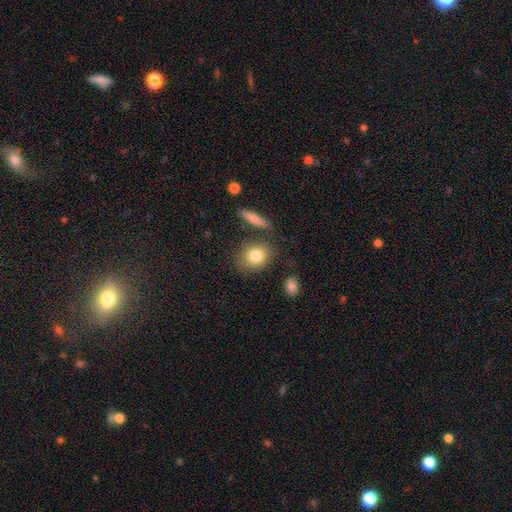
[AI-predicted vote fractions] Smooth or featured? Predicted: smooth (p=0.82). How rounded? Predicted: round (p=0.54). Merging? Predicted: none (p=0.75).